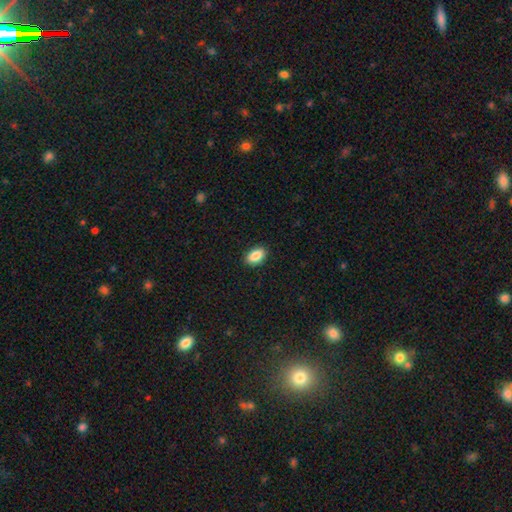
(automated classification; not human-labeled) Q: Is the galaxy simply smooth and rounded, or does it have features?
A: smooth — 88%.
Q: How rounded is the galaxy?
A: in between — 91%.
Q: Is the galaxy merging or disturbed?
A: none — 90%.